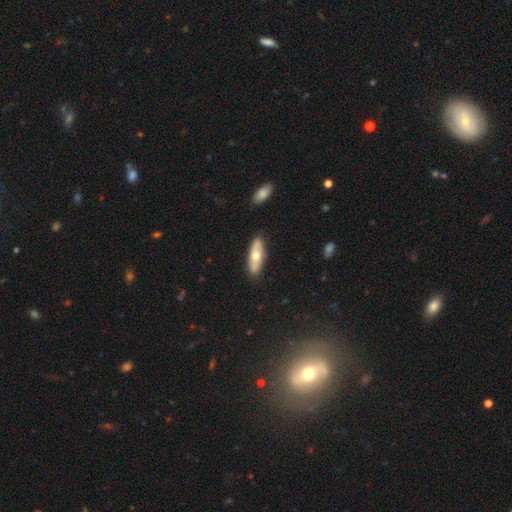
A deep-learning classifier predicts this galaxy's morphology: This appears to be a smooth galaxy with no disk features (54%) that is in between round and cigar-shaped (57%). Merging: none (85%).